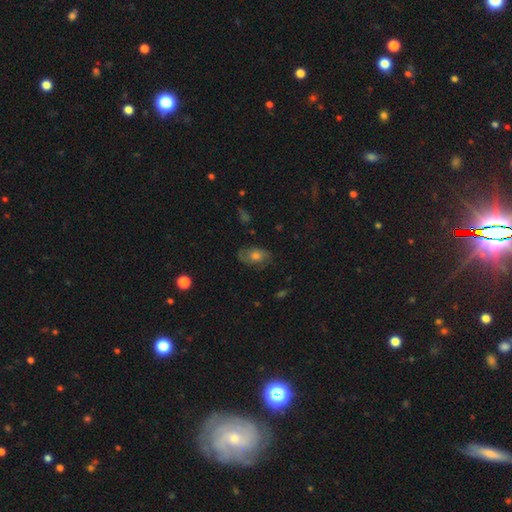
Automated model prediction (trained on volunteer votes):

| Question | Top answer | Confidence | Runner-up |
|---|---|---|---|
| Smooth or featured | featured or disk | 52% | smooth (34%) |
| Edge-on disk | no | 94% | yes (6%) |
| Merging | none | 73% | minor disturbance (18%) |